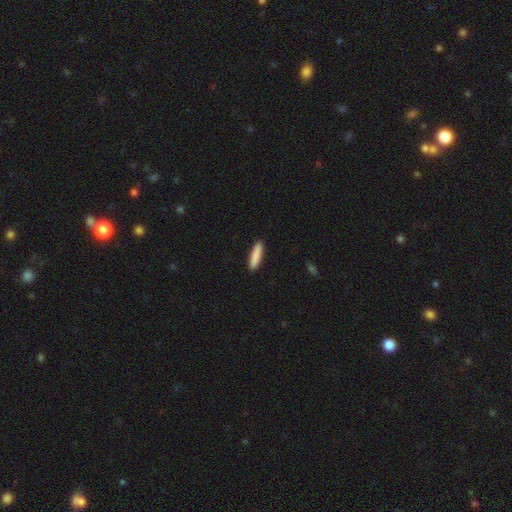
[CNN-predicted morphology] This appears to be a smooth galaxy with no disk features (88%) that is cigar-shaped (81%). Merging: none (92%).